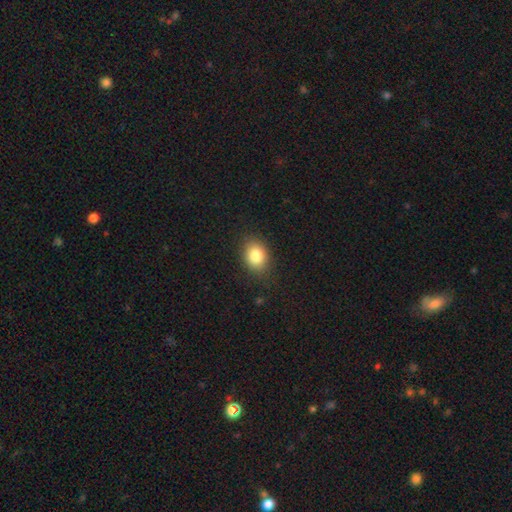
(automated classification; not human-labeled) Smooth or featured? Predicted: smooth (p=0.84). How rounded? Predicted: in between (p=0.62). Merging? Predicted: none (p=0.85).